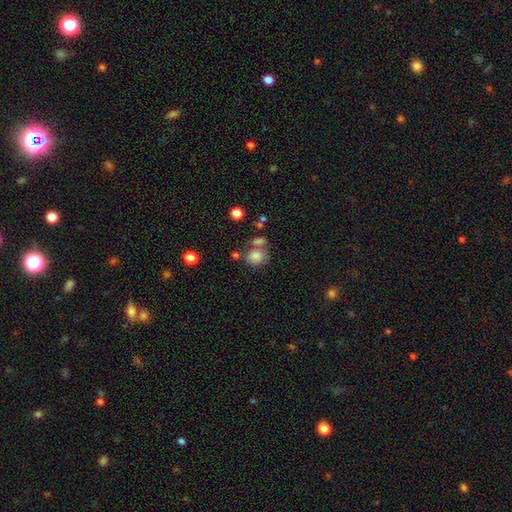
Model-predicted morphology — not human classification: This is likely a smooth galaxy (80%). How rounded: likely round (73%). Merging: possibly none (50%).